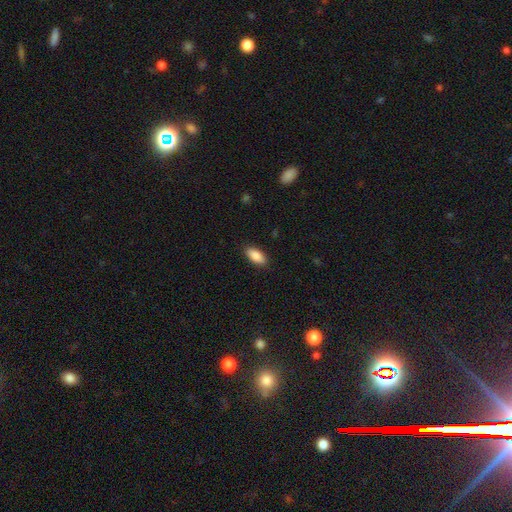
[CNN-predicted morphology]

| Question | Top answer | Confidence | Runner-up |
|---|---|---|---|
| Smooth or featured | smooth | 88% | star or artifact (6%) |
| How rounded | in between | 88% | cigar-shaped (10%) |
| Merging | none | 89% | minor disturbance (8%) |